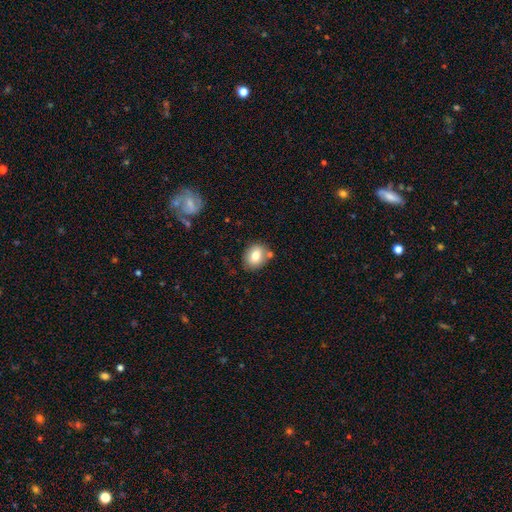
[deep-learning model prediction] This is likely a smooth galaxy (77%). How rounded: possibly round (52%). Merging: likely none (73%).